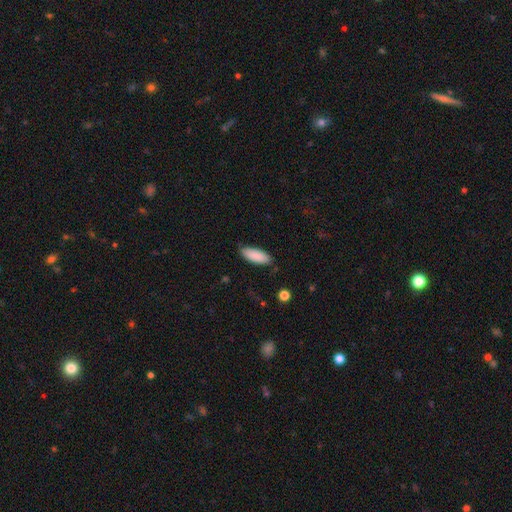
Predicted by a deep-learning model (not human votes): This is clearly a smooth galaxy (89%). How rounded: likely in between (77%). Merging: clearly none (81%).